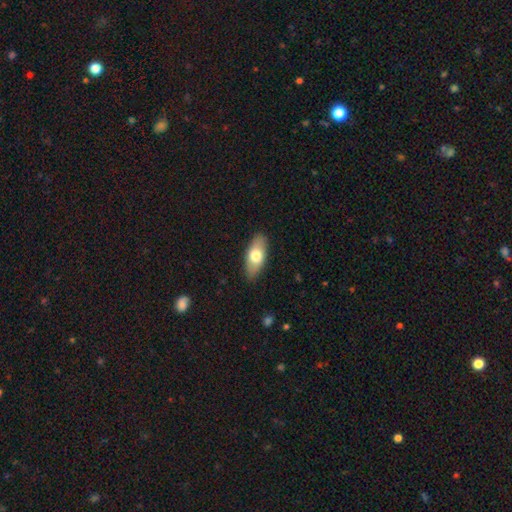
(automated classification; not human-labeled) Smooth or featured? Predicted: smooth (p=0.69). How rounded? Predicted: in between (p=0.84). Merging? Predicted: none (p=0.87).